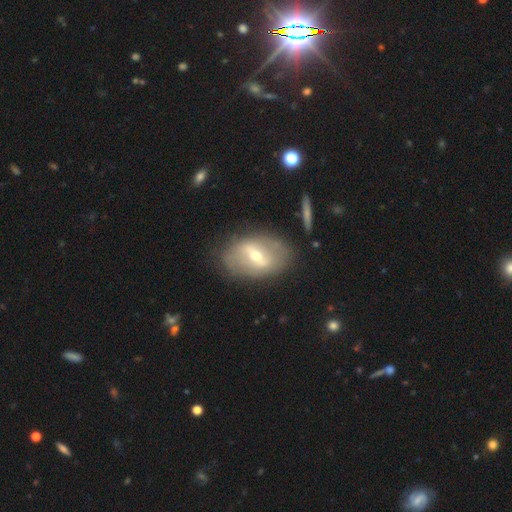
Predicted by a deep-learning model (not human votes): The model was most divided on "bar": strong: 49%, weak: 38%, no: 13%. More confident: edge-on disk — no (90%); merging — none (78%); smooth or featured — featured or disk (68%); spiral arms — no (58%); bulge size — moderate (56%).